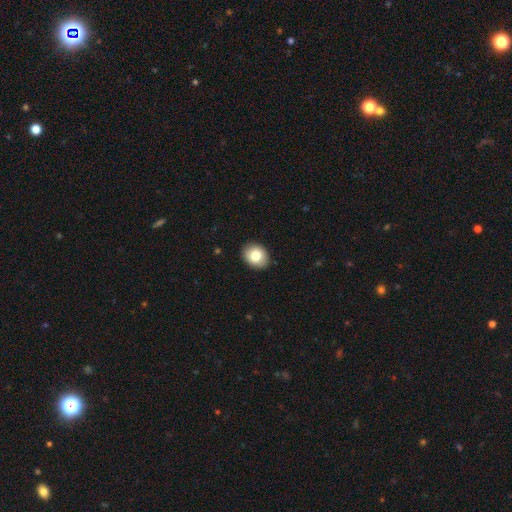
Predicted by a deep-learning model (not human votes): A smooth galaxy with no disk features (81%) that is round (50%).

Vote fractions:
- Smooth or featured? smooth: 81% / featured or disk: 11% / star or artifact: 8%
- How rounded? round: 50% / in between: 49% / cigar-shaped: 1%
- Merging? none: 89% / minor disturbance: 8% / major disturbance: 2% / merger: 1%